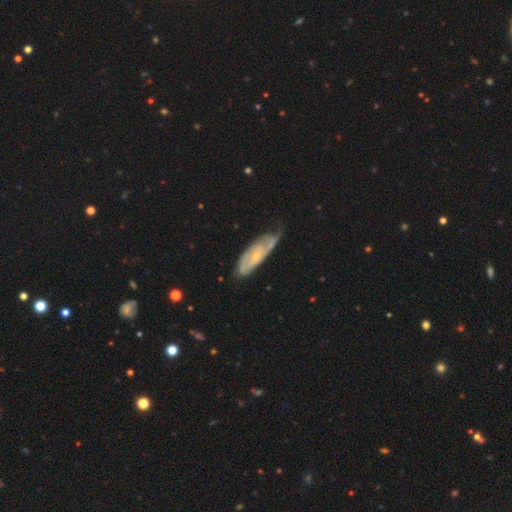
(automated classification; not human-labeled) Smooth or featured: featured or disk — 72% (smooth — 22%)
Edge-on disk: no — 82% (yes — 18%)
Bar: no — 65% (weak — 28%)
Spiral arms: yes — 83% (no — 17%)
Bulge size: small — 71% (moderate — 25%)
Merging: none — 57% (minor disturbance — 30%)